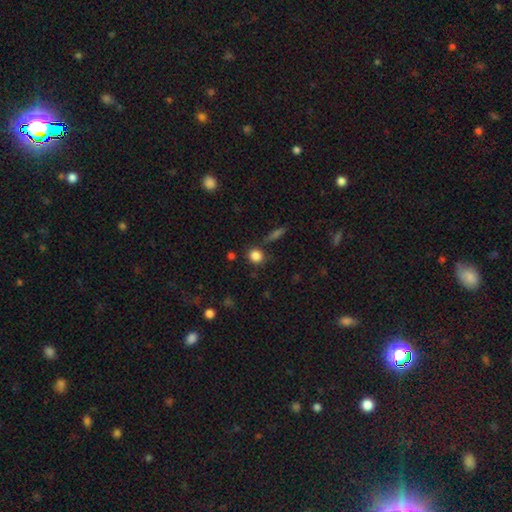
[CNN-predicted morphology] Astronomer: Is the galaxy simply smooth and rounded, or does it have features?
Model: smooth — 84%.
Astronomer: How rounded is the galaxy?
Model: round — 84%.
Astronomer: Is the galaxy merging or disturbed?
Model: none — 79%.